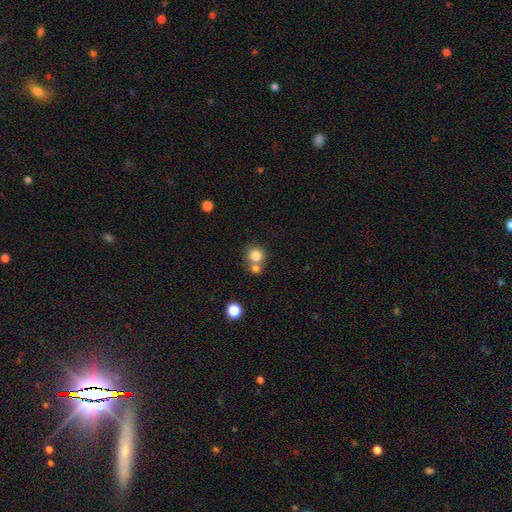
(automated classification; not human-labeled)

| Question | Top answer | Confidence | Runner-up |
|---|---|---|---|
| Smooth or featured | smooth | 80% | star or artifact (11%) |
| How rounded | round | 88% | in between (11%) |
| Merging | none | 51% | merger (39%) |